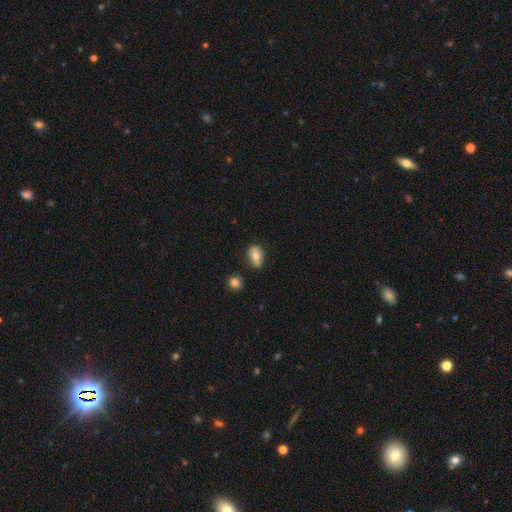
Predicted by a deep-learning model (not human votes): Smooth or featured: smooth — 71% (featured or disk — 21%)
How rounded: in between — 85% (round — 9%)
Merging: none — 75% (minor disturbance — 18%)